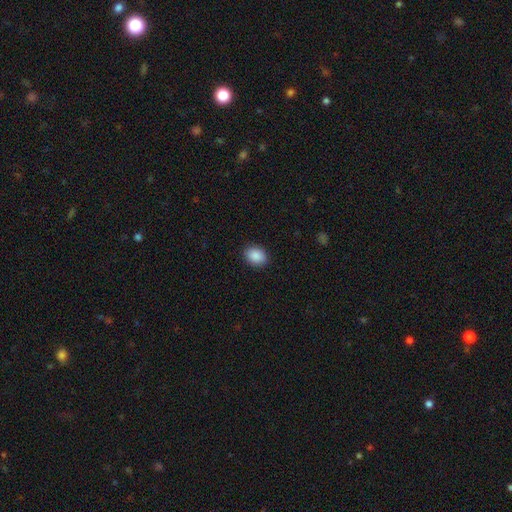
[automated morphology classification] Smooth or featured? Predicted: smooth (p=0.89). How rounded? Predicted: in between (p=0.67). Merging? Predicted: none (p=0.89).